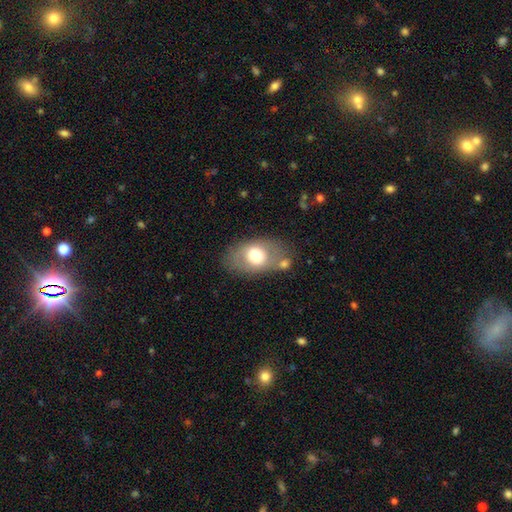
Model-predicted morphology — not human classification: Overall: smooth (65%; featured or disk 27%). How rounded: in between (83%). Merging: none (65%).